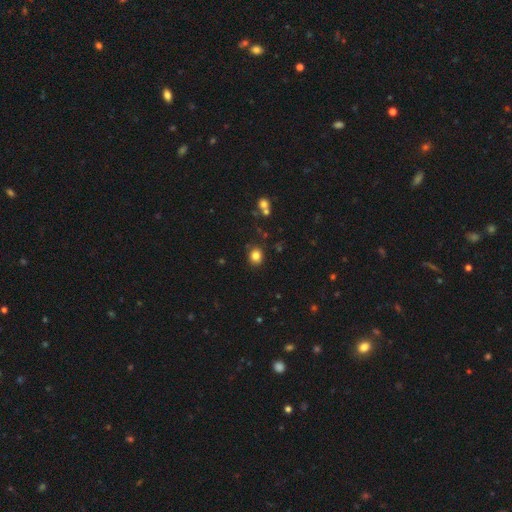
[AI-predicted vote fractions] Smooth or featured?
  - smooth: 82% *
  - star or artifact: 12%
  - featured or disk: 6%
How rounded?
  - round: 71% *
  - in between: 28%
  - cigar-shaped: 1%
Merging?
  - none: 87% *
  - minor disturbance: 8%
  - major disturbance: 2%
  - merger: 2%